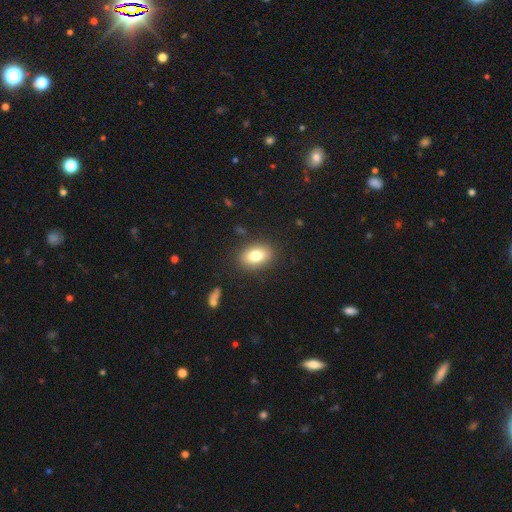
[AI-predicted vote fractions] The model was most divided on "how rounded": in between: 83%, round: 15%, cigar-shaped: 2%. More confident: merging — none (86%); smooth or featured — smooth (80%).